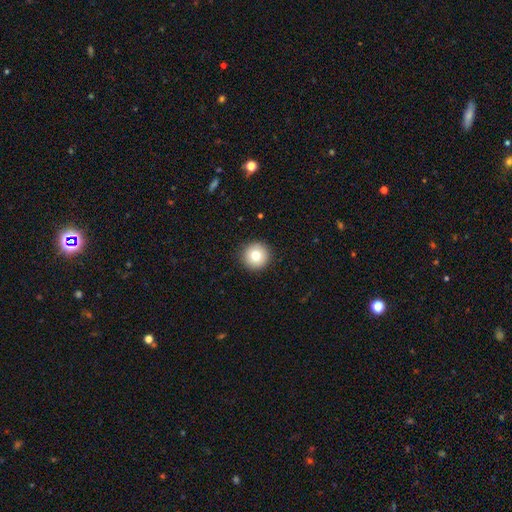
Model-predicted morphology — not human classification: This appears to be a smooth galaxy with no disk features (77%) that is round (96%). Merging: none (93%).